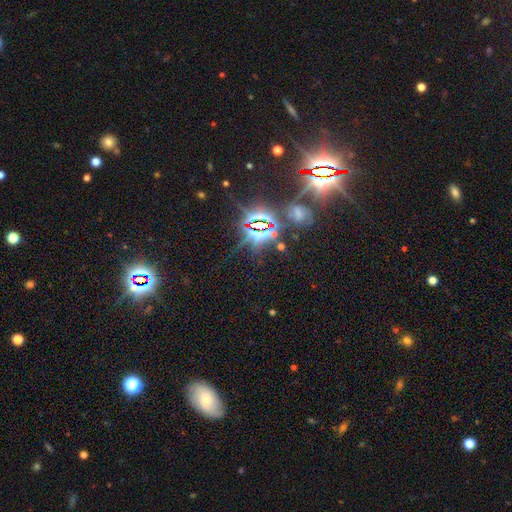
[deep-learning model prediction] star or artifact 85%, featured or disk 7%, smooth 7%.